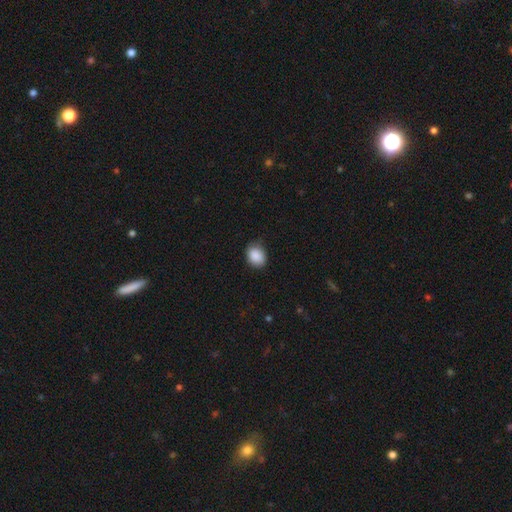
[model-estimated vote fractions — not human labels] smooth_or_featured: smooth (p=0.89) [alt: star or artifact p=0.08]
how_rounded: in between (p=0.56) [alt: round p=0.43]
merging: none (p=0.75) [alt: minor disturbance p=0.21]